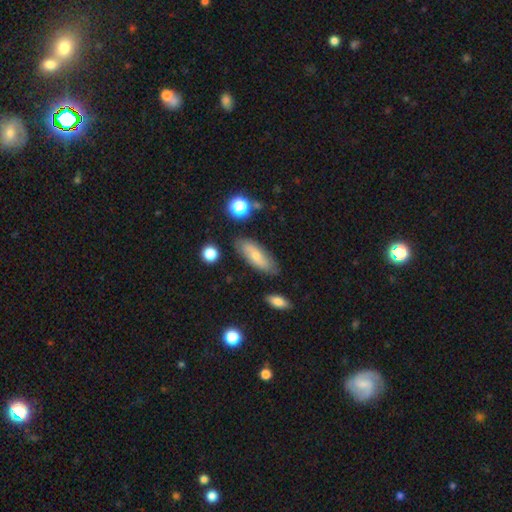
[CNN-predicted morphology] Smooth or featured? smooth (60%)
How rounded? in between (65%)
Merging? none (79%)